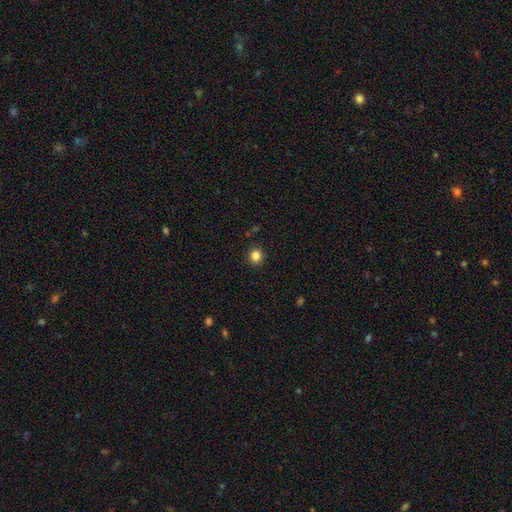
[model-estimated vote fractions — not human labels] Overall: smooth (84%). How rounded: round (91%). Merging: none (92%).